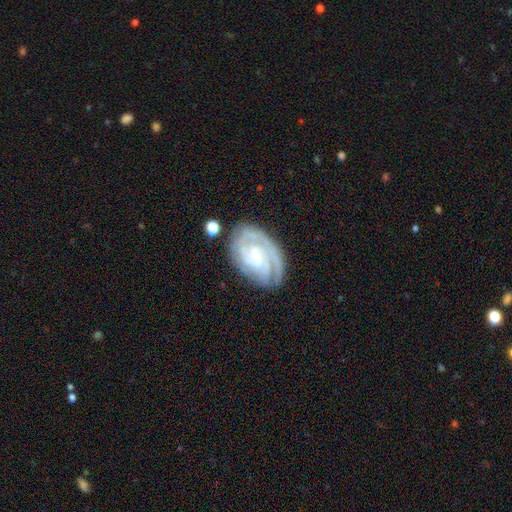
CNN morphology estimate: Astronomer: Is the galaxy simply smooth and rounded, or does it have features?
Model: featured or disk — 84%.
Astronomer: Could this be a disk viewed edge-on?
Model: no — 97%.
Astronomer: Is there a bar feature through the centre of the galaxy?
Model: no — 67%.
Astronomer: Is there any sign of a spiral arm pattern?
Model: yes — 96%.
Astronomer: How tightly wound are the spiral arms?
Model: tight — 73%.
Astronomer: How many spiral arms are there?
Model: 3 — 28% (runner-up: can't tell, 26%).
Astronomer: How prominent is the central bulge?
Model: small — 72%.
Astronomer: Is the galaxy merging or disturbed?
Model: none — 73%.